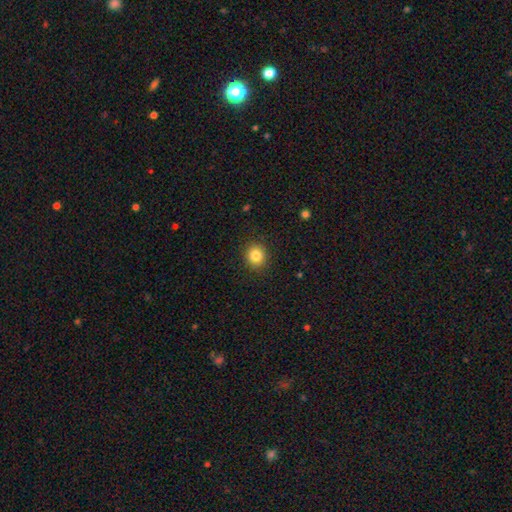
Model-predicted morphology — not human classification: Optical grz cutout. It shows a smooth galaxy with no disk features (83%) that is round (83%). Merging: none (90%).